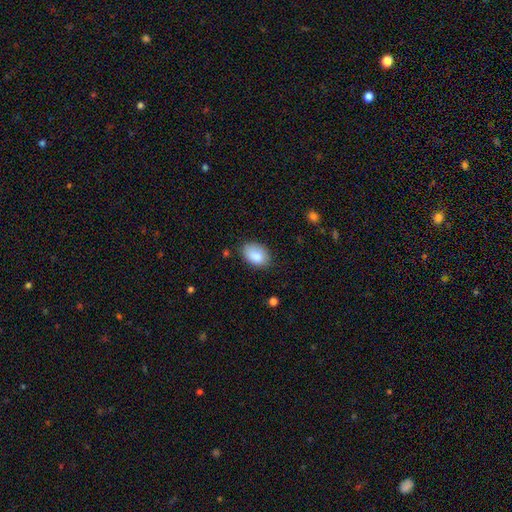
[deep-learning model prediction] smooth-or-featured: smooth: 87% | star or artifact: 7% | featured or disk: 6%
  how-rounded: in between: 89% | round: 10% | cigar-shaped: 1%
  merging: none: 76% | minor disturbance: 19% | major disturbance: 3% | merger: 1%